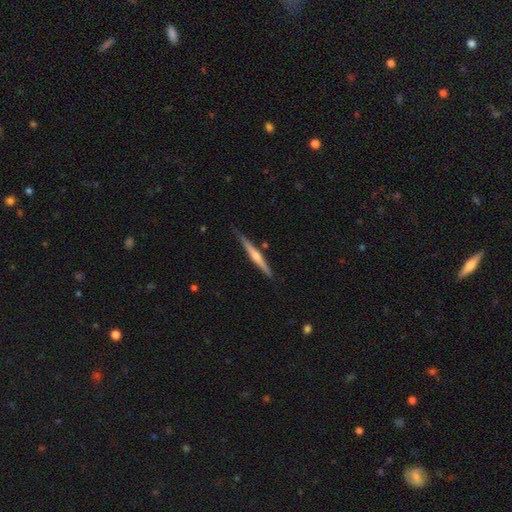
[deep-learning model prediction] A featured or disk galaxy (63%) viewed edge-on (97%) with a rounded central bulge (70%).

Vote fractions:
- Smooth or featured? featured or disk: 63% / smooth: 32% / star or artifact: 5%
- Edge-on disk? yes: 97% / no: 3%
- Edge-on bulge? rounded: 70% / none: 24% / boxy: 7%
- Merging? none: 82% / minor disturbance: 13% / merger: 3% / major disturbance: 2%